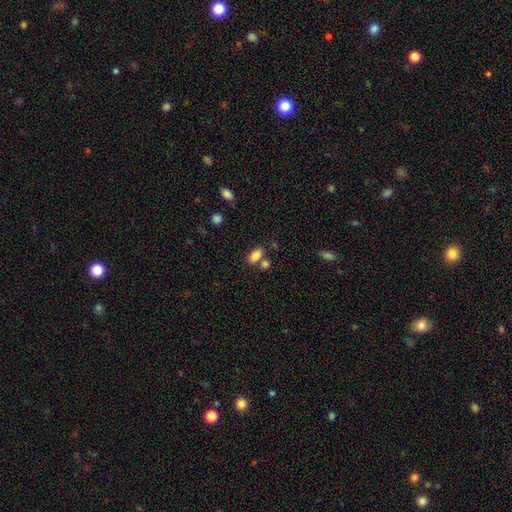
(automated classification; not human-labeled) This is clearly a smooth galaxy (83%). How rounded: clearly in between (89%). Merging: likely none (60%).